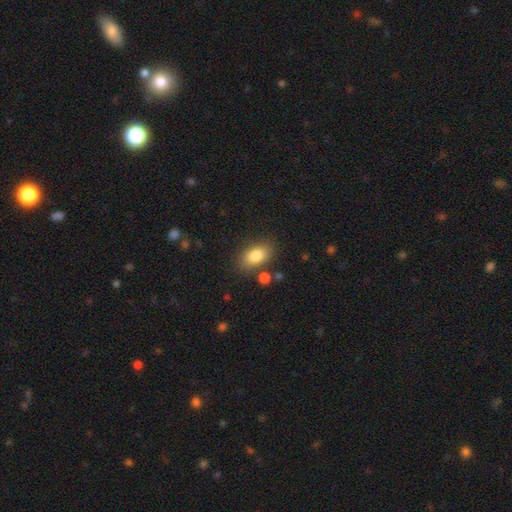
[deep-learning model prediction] This appears to be a smooth galaxy with no disk features (84%) that is in between round and cigar-shaped (90%). Merging: none (79%).